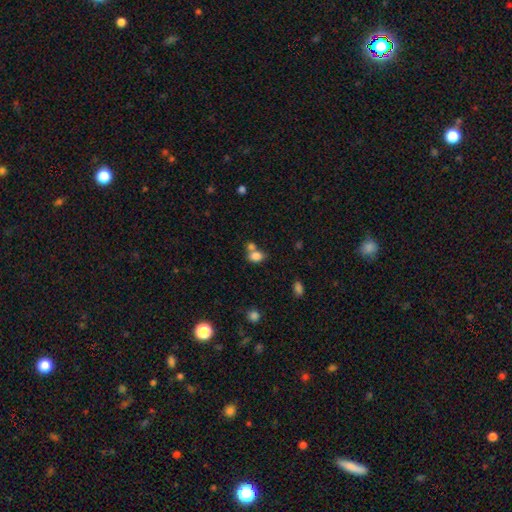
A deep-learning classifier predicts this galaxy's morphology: Q: Smooth or featured?
A: smooth (81%); runner-up: star or artifact (11%)
Q: How rounded?
A: in between (73%); runner-up: round (26%)
Q: Merging?
A: merger (43%); runner-up: none (42%)